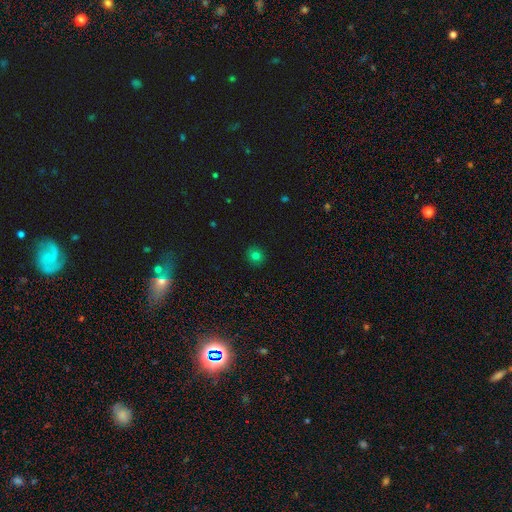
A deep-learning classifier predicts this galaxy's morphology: Q: Smooth or featured?
A: smooth (78%); runner-up: star or artifact (15%)
Q: How rounded?
A: round (85%); runner-up: in between (14%)
Q: Merging?
A: none (90%); runner-up: minor disturbance (7%)